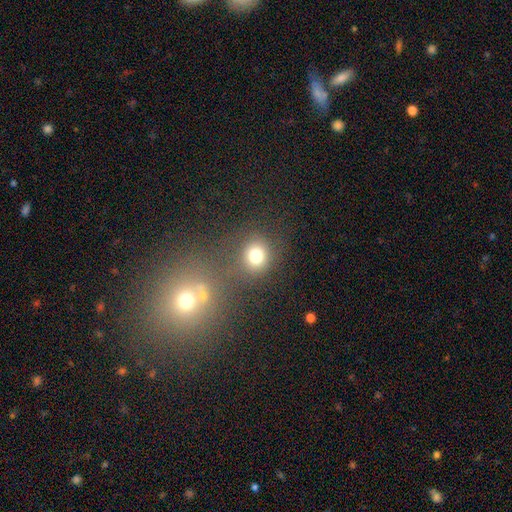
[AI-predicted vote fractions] This is likely a smooth galaxy (77%). How rounded: clearly round (82%). Merging: likely none (70%).